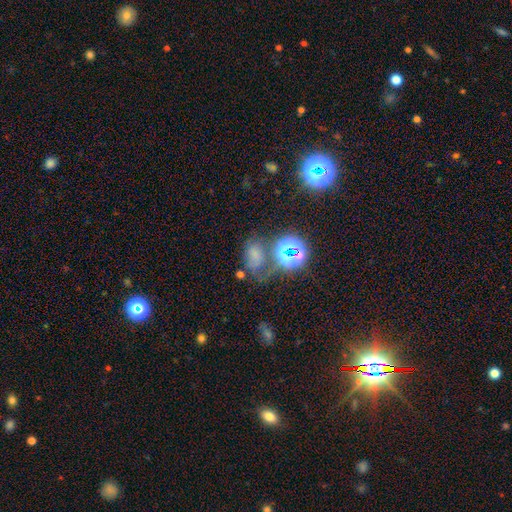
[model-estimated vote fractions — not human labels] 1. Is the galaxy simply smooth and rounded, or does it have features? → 51% smooth, 32% star or artifact, 17% featured or disk.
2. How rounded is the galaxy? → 72% in between, 26% round, 2% cigar-shaped.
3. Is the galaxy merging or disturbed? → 42% none, 22% minor disturbance, 19% major disturbance, 17% merger.